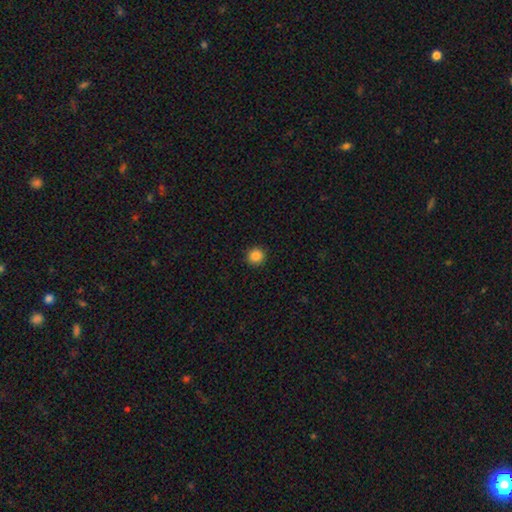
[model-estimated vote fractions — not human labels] Smooth or featured? smooth (86%)
How rounded? round (95%)
Merging? none (93%)